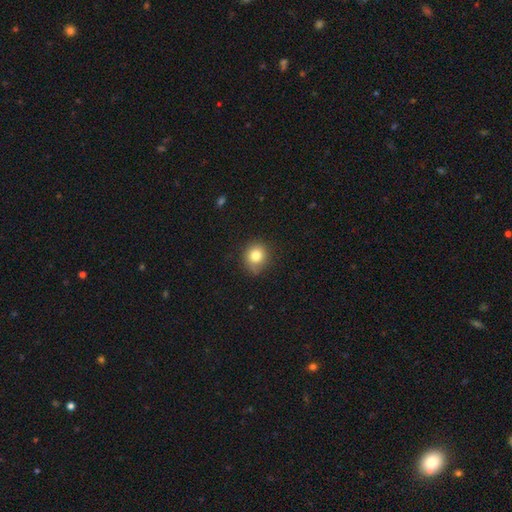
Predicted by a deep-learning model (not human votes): Smooth or featured? smooth (80%)
How rounded? round (85%)
Merging? none (78%)